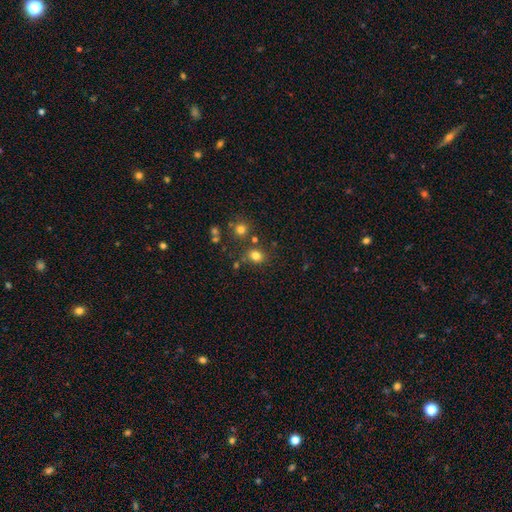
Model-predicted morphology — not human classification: smooth_or_featured: smooth (p=0.79) [alt: star or artifact p=0.15]
how_rounded: round (p=0.66) [alt: in between p=0.34]
merging: none (p=0.75) [alt: minor disturbance p=0.11]